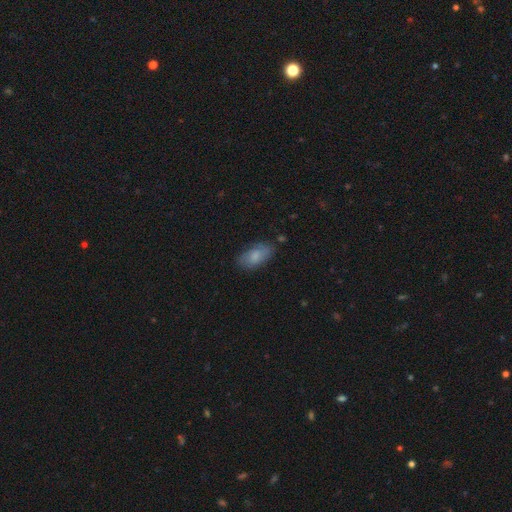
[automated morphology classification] The model was most divided on "merging": none: 70%, minor disturbance: 23%, major disturbance: 5%, merger: 2%. More confident: how rounded — in between (92%); smooth or featured — smooth (73%).